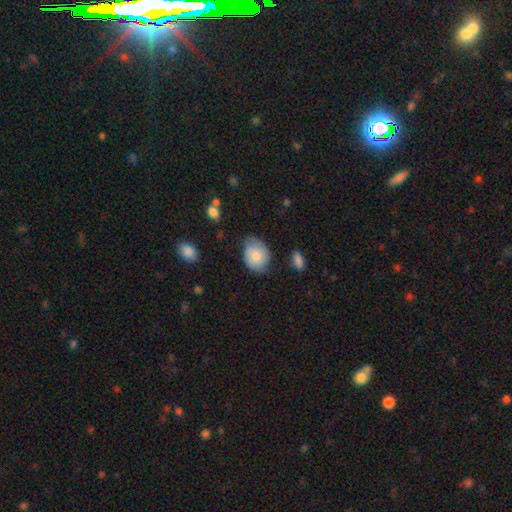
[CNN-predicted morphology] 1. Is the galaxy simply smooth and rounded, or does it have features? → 81% smooth, 12% featured or disk, 7% star or artifact.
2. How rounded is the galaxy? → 67% in between, 32% round, 1% cigar-shaped.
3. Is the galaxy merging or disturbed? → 61% none, 31% minor disturbance, 6% major disturbance, 2% merger.